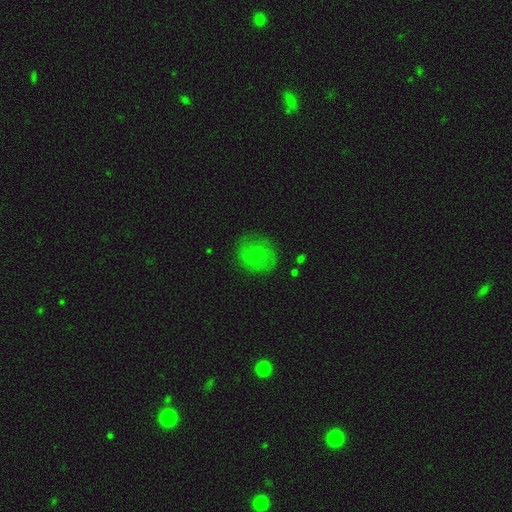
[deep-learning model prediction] Smooth or featured? Predicted: smooth (p=0.52). How rounded? Predicted: round (p=0.82). Merging? Predicted: none (p=0.77).